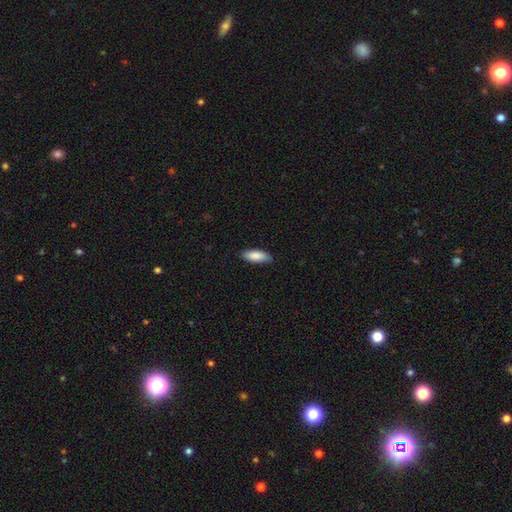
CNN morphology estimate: smooth 87%, featured or disk 7%, star or artifact 6%. Down the decision tree: how rounded — in between (73%); merging — none (82%).